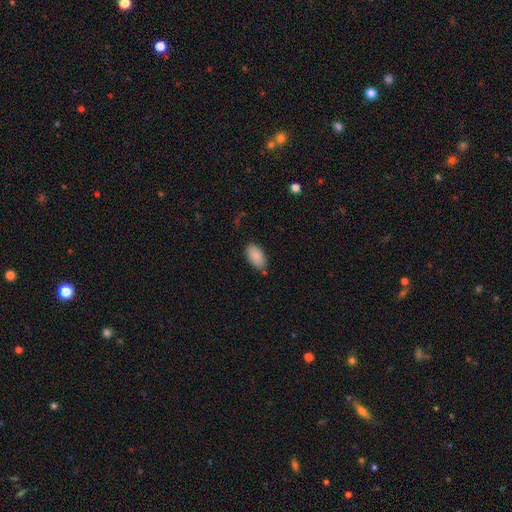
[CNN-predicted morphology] This is clearly a smooth galaxy (89%). How rounded: clearly in between (94%). Merging: likely none (76%).